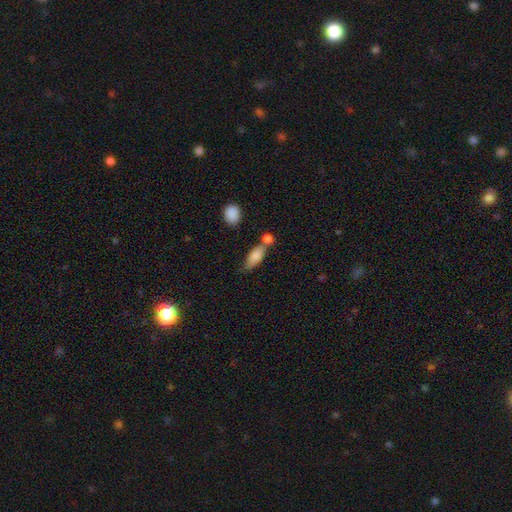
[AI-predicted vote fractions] Smooth or featured? smooth (82%)
How rounded? in between (77%)
Merging? none (50%)